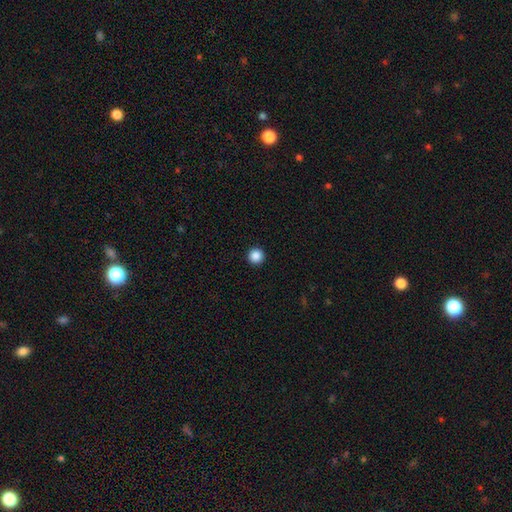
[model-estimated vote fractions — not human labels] A smooth galaxy with no disk features (88%) that is round (97%).

Vote fractions:
- Smooth or featured? smooth: 88% / star or artifact: 10% / featured or disk: 2%
- How rounded? round: 97% / in between: 2% / cigar-shaped: 1%
- Merging? none: 94% / minor disturbance: 4% / major disturbance: 1% / merger: 1%